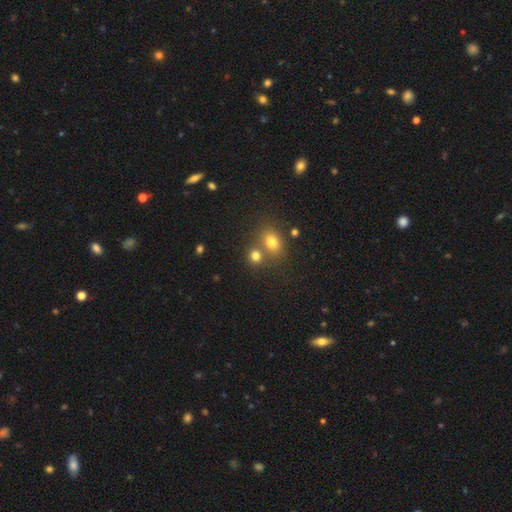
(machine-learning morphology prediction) Q: Smooth or featured?
A: smooth (76%); runner-up: star or artifact (15%)
Q: How rounded?
A: round (69%); runner-up: in between (29%)
Q: Merging?
A: none (52%); runner-up: merger (36%)